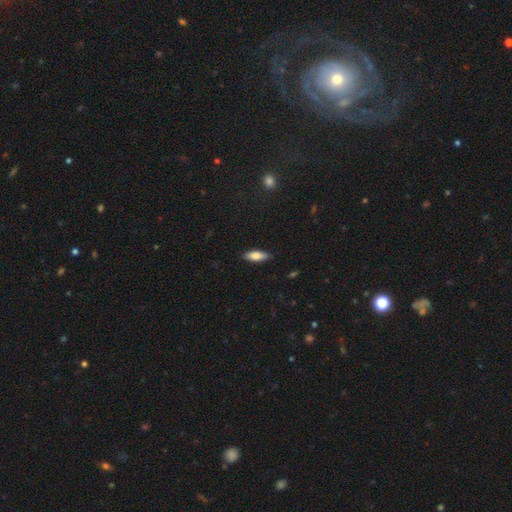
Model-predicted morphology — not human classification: A smooth galaxy with no disk features (77%) that is in between round and cigar-shaped (68%).

Vote fractions:
- Smooth or featured? smooth: 77% / featured or disk: 17% / star or artifact: 6%
- How rounded? in between: 68% / cigar-shaped: 30% / round: 2%
- Merging? none: 86% / minor disturbance: 11% / major disturbance: 2% / merger: 1%